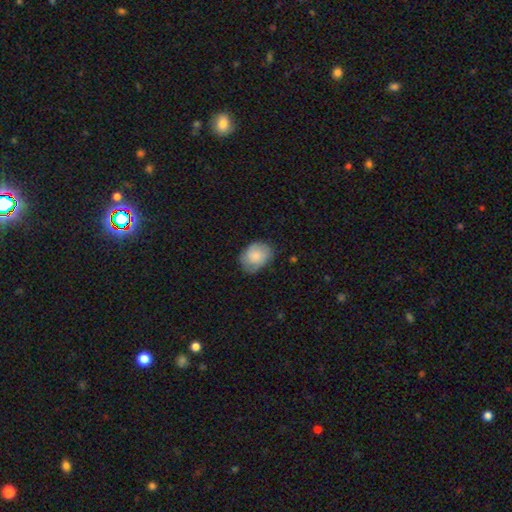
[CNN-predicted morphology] Smooth or featured? smooth (78%)
How rounded? in between (63%)
Merging? none (68%)